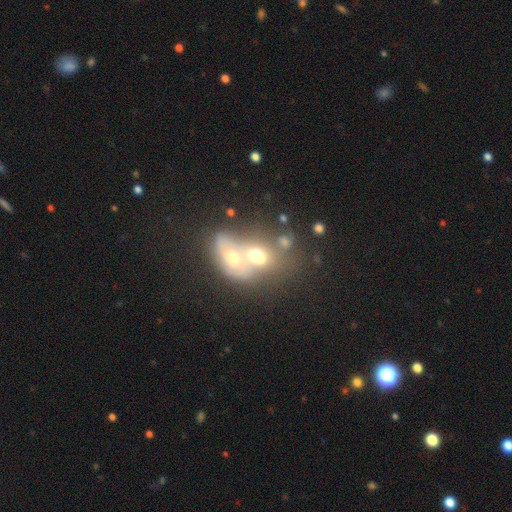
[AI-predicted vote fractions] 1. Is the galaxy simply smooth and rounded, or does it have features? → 47% smooth, 39% featured or disk, 14% star or artifact.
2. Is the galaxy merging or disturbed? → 79% merger, 11% none, 6% major disturbance, 5% minor disturbance.